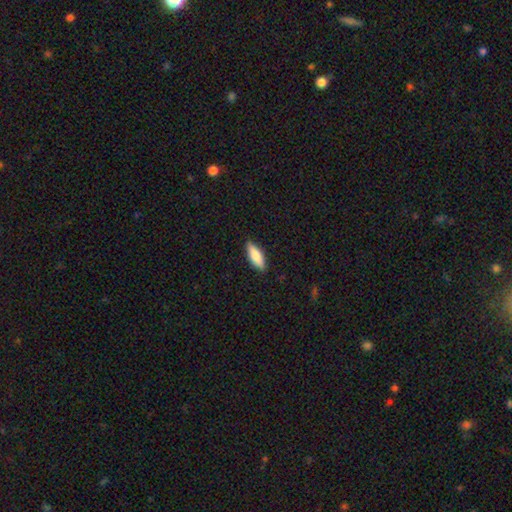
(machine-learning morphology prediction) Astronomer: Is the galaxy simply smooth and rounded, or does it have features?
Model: smooth — 79%.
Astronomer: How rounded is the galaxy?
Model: in between — 64%.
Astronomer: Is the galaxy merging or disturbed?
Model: none — 88%.